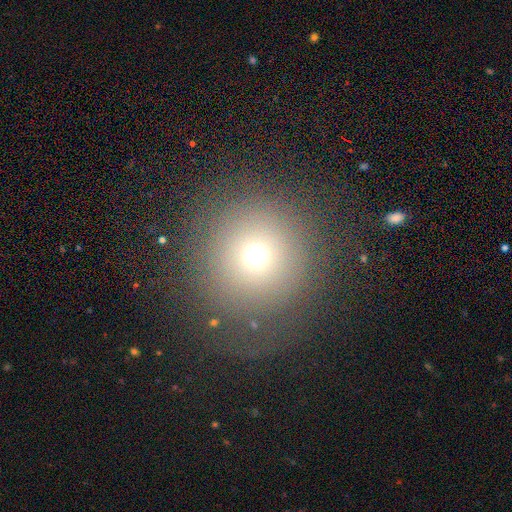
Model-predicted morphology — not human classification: A smooth galaxy with no disk features (67%) that is round (95%).

Vote fractions:
- Smooth or featured? smooth: 67% / star or artifact: 20% / featured or disk: 13%
- How rounded? round: 95% / in between: 4% / cigar-shaped: 1%
- Merging? none: 77% / minor disturbance: 11% / major disturbance: 10% / merger: 2%